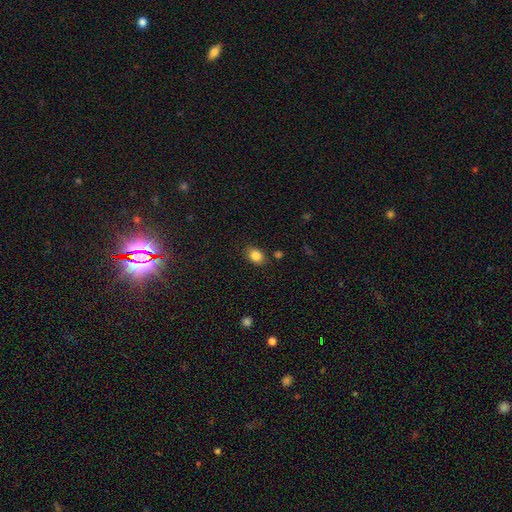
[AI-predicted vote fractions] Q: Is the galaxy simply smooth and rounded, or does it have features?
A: smooth — 84%.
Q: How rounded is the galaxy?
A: in between — 61%.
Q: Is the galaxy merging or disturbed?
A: none — 83%.